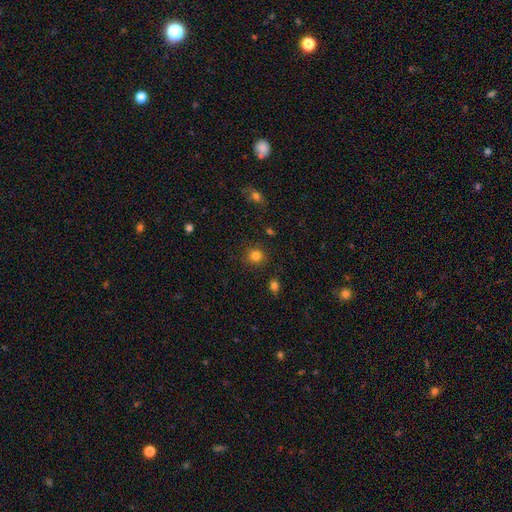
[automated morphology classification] The model was most divided on "smooth or featured": smooth: 82%, star or artifact: 12%, featured or disk: 5%. More confident: how rounded — round (89%); merging — none (89%).